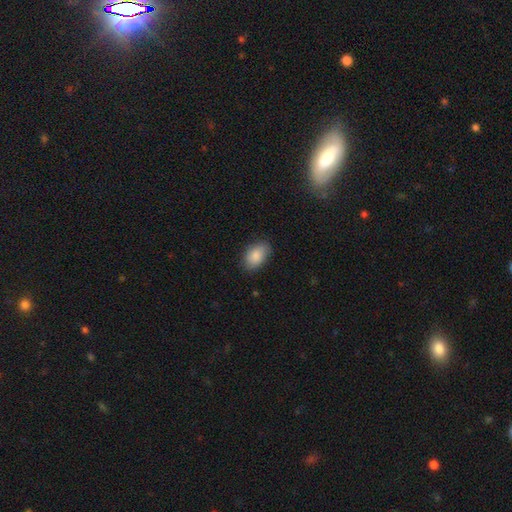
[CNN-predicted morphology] This is clearly a smooth galaxy (87%). How rounded: clearly in between (91%). Merging: clearly none (83%).